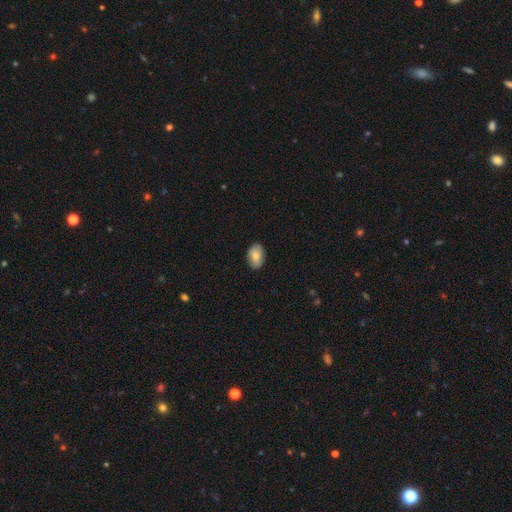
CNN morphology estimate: Smooth or featured?
  - smooth: 80% *
  - featured or disk: 13%
  - star or artifact: 7%
How rounded?
  - in between: 88% *
  - round: 11%
  - cigar-shaped: 1%
Merging?
  - none: 87% *
  - minor disturbance: 10%
  - major disturbance: 2%
  - merger: 1%